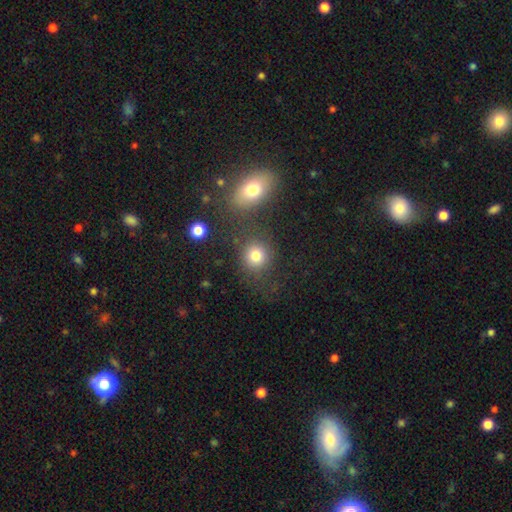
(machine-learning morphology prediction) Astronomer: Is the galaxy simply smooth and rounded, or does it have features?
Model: smooth — 80%.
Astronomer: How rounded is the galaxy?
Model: round — 84%.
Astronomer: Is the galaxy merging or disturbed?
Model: none — 73%.